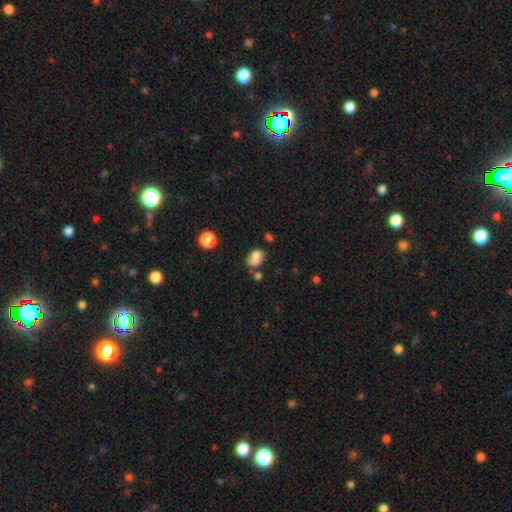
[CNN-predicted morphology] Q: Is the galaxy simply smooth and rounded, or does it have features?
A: smooth — 72%.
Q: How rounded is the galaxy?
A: in between — 61%.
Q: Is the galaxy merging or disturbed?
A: none — 42%.